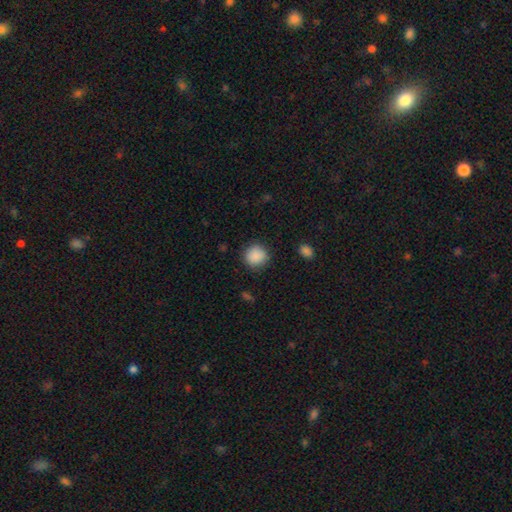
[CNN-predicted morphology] smooth-or-featured: smooth: 89% | star or artifact: 8% | featured or disk: 3%
  how-rounded: round: 90% | in between: 9% | cigar-shaped: 1%
  merging: none: 86% | minor disturbance: 9% | major disturbance: 3% | merger: 1%